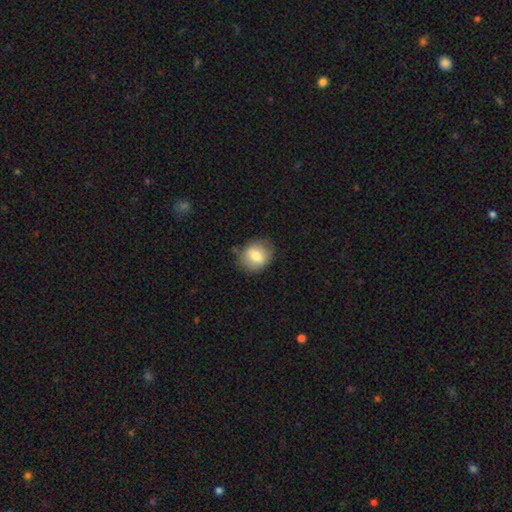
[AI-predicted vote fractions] This is likely a smooth galaxy (75%). How rounded: likely round (69%). Merging: likely none (78%).